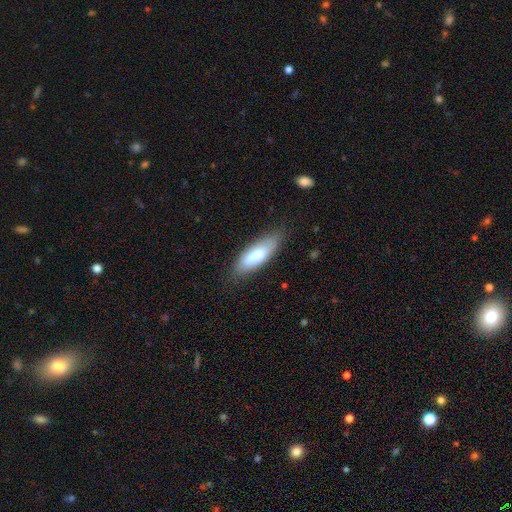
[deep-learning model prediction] smooth_or_featured: smooth (p=0.79) [alt: featured or disk p=0.15]
how_rounded: in between (p=0.62) [alt: cigar-shaped p=0.36]
merging: none (p=0.76) [alt: minor disturbance p=0.19]